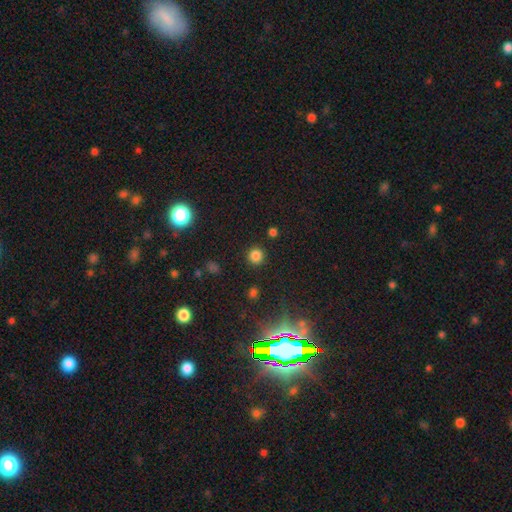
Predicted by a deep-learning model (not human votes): Smooth or featured?
  - smooth: 80% *
  - star or artifact: 16%
  - featured or disk: 4%
How rounded?
  - round: 93% *
  - in between: 6%
  - cigar-shaped: 1%
Merging?
  - none: 90% *
  - minor disturbance: 5%
  - major disturbance: 2%
  - merger: 2%